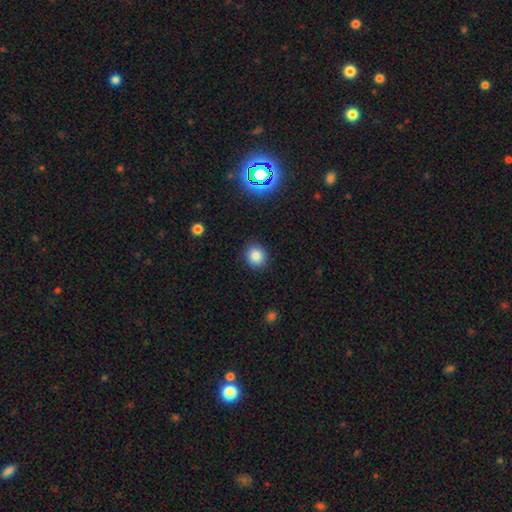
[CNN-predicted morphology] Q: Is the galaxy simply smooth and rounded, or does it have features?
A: smooth — 82%.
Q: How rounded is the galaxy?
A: round — 77%.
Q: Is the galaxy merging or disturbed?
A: none — 89%.